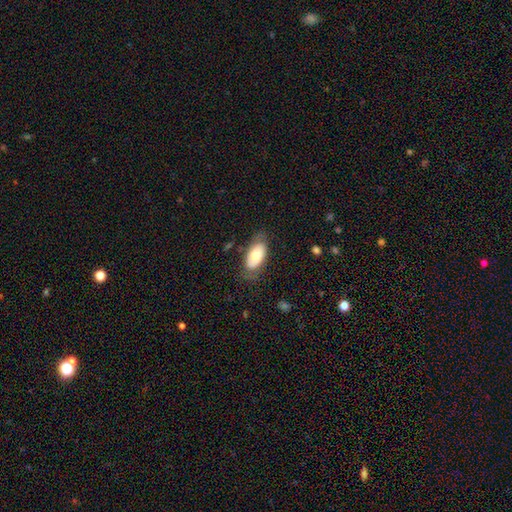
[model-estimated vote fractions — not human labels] Smooth or featured? Predicted: smooth (p=0.68). How rounded? Predicted: in between (p=0.93). Merging? Predicted: none (p=0.72).